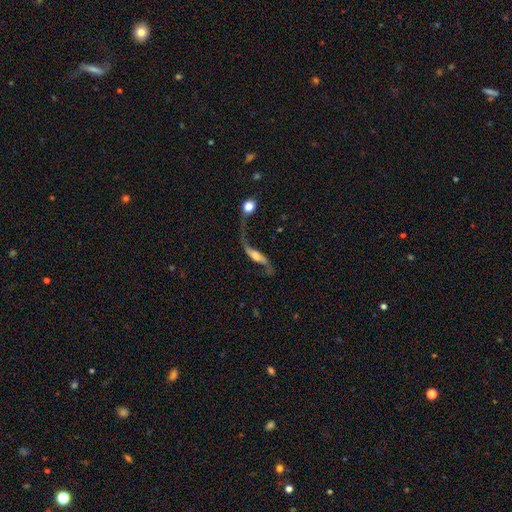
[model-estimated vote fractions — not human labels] Q: Smooth or featured?
A: featured or disk (77%); runner-up: smooth (16%)
Q: Edge-on disk?
A: no (79%); runner-up: yes (21%)
Q: Bar?
A: no (40%); runner-up: weak (34%)
Q: Spiral arms?
A: yes (89%); runner-up: no (11%)
Q: Spiral winding?
A: loose (92%); runner-up: medium (5%)
Q: Spiral arm count?
A: 2 (89%); runner-up: 1 (6%)
Q: Bulge size?
A: moderate (38%); runner-up: small (23%)
Q: Merging?
A: none (36%); runner-up: merger (25%)